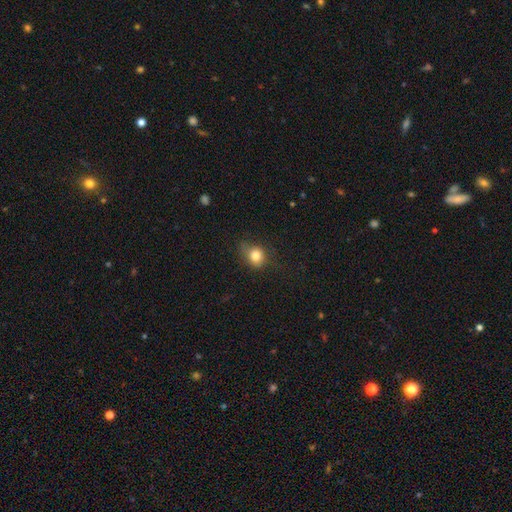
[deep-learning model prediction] smooth-or-featured: smooth: 80% | star or artifact: 11% | featured or disk: 8%
  how-rounded: round: 68% | in between: 31% | cigar-shaped: 1%
  merging: none: 61% | minor disturbance: 27% | major disturbance: 10% | merger: 2%